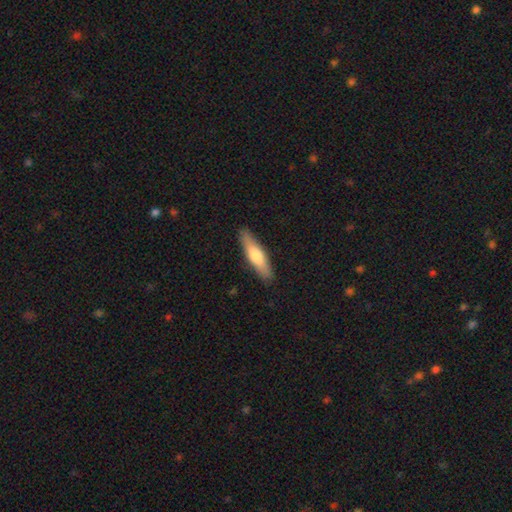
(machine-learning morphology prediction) This is likely a smooth galaxy (63%). How rounded: likely cigar-shaped (74%). Merging: clearly none (88%).